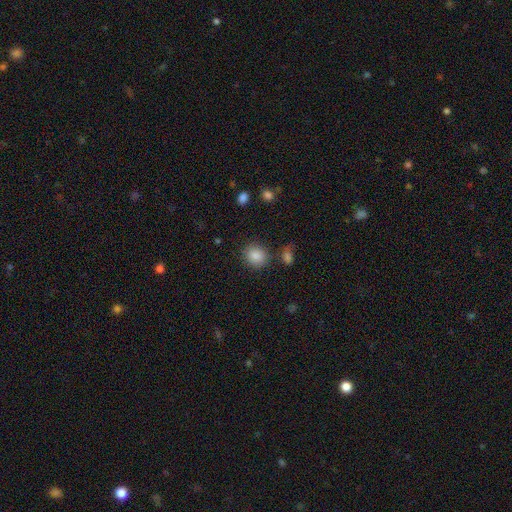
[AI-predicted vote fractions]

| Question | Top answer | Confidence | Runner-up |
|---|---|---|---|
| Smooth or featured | smooth | 87% | star or artifact (9%) |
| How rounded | round | 76% | in between (23%) |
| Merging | none | 83% | minor disturbance (9%) |